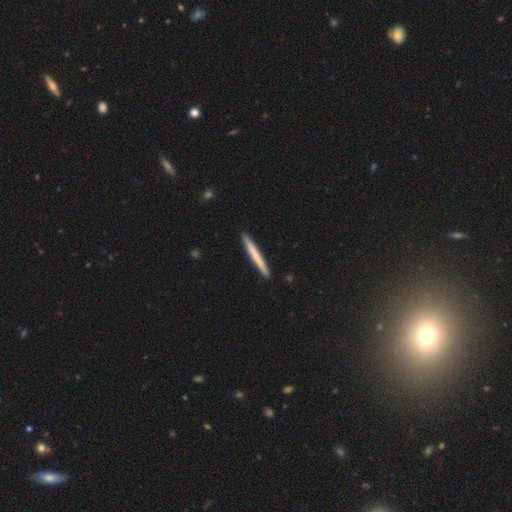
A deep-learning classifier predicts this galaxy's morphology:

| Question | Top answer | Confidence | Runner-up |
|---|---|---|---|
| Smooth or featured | smooth | 66% | featured or disk (29%) |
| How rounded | cigar-shaped | 97% | in between (2%) |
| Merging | none | 93% | minor disturbance (5%) |